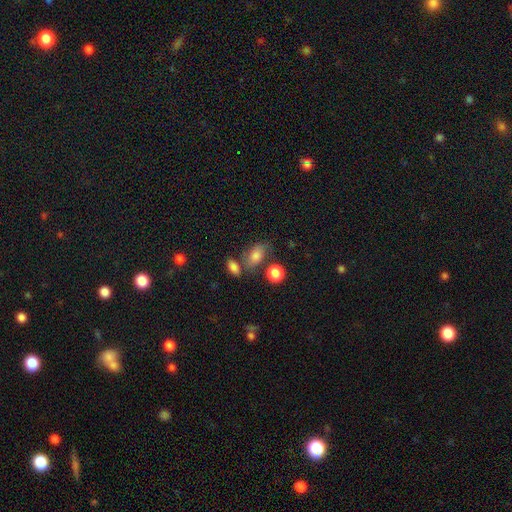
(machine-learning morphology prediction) Smooth or featured? smooth (76%)
How rounded? in between (81%)
Merging? none (56%)